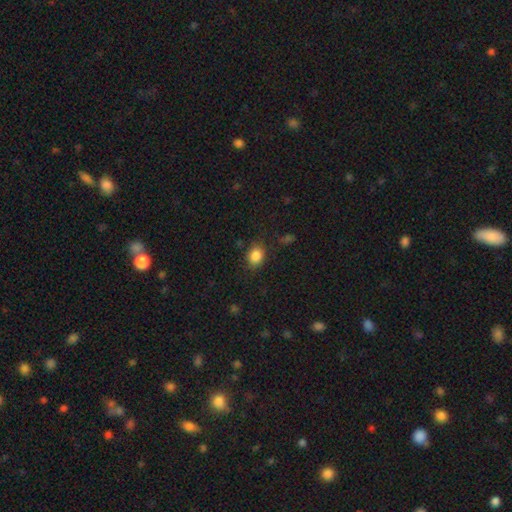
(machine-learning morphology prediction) A smooth galaxy with no disk features (85%) that is in between round and cigar-shaped (50%). Merging: none (79%).